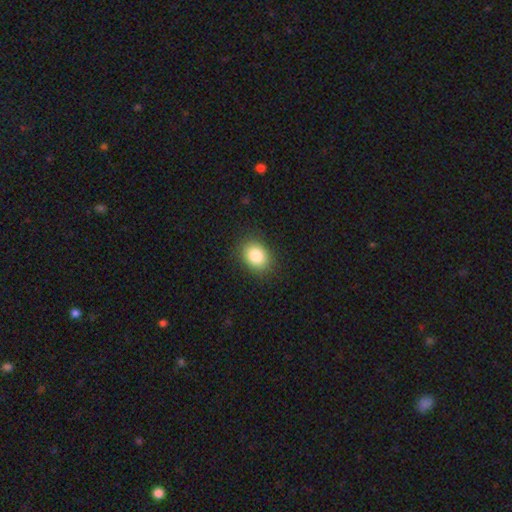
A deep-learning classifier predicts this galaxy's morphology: Q: Smooth or featured?
A: smooth (84%); runner-up: star or artifact (9%)
Q: How rounded?
A: in between (55%); runner-up: round (44%)
Q: Merging?
A: none (88%); runner-up: minor disturbance (9%)